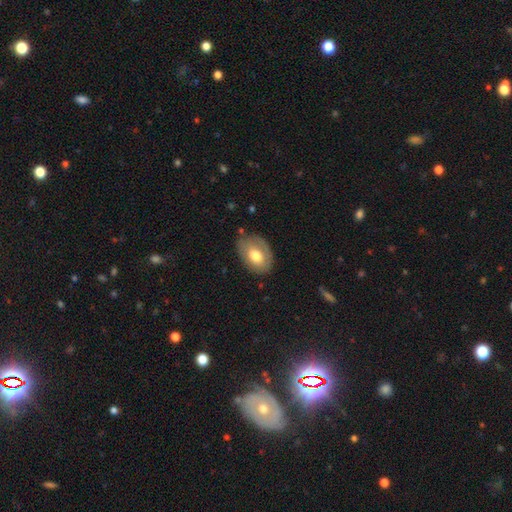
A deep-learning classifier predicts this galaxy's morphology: Smooth or featured: smooth — 63% (featured or disk — 31%)
How rounded: in between — 83% (round — 16%)
Merging: none — 71% (minor disturbance — 21%)